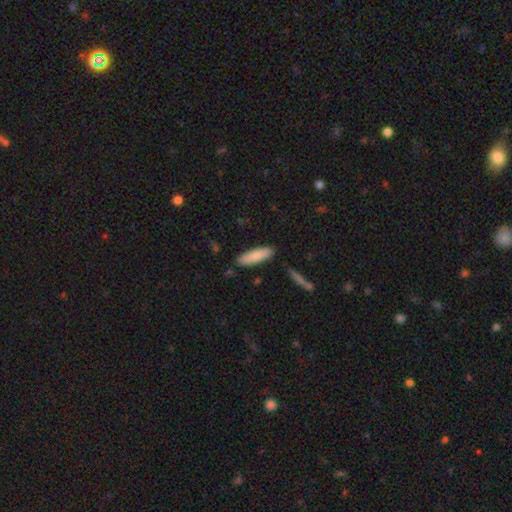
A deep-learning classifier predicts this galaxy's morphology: smooth-or-featured: smooth: 85% | featured or disk: 10% | star or artifact: 6%
  how-rounded: cigar-shaped: 56% | in between: 42% | round: 1%
  merging: none: 85% | minor disturbance: 10% | merger: 3% | major disturbance: 2%